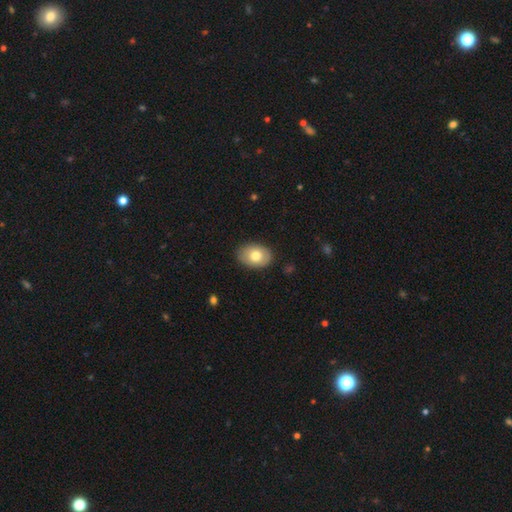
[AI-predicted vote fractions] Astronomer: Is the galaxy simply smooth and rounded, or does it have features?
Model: smooth — 75%.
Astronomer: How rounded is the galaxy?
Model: in between — 82%.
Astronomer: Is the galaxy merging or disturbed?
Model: none — 86%.